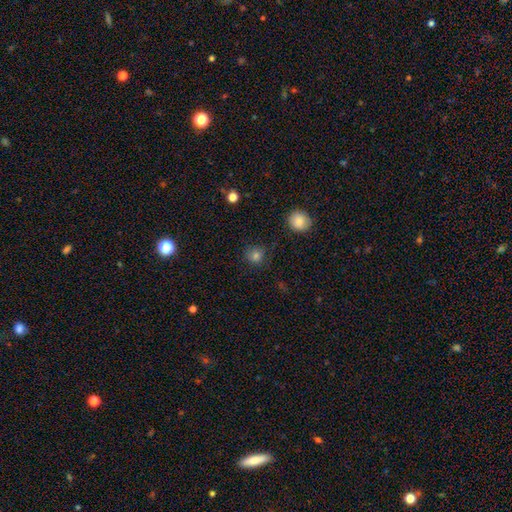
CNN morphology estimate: Q: Smooth or featured?
A: smooth (77%); runner-up: star or artifact (17%)
Q: How rounded?
A: round (91%); runner-up: in between (8%)
Q: Merging?
A: none (86%); runner-up: minor disturbance (10%)